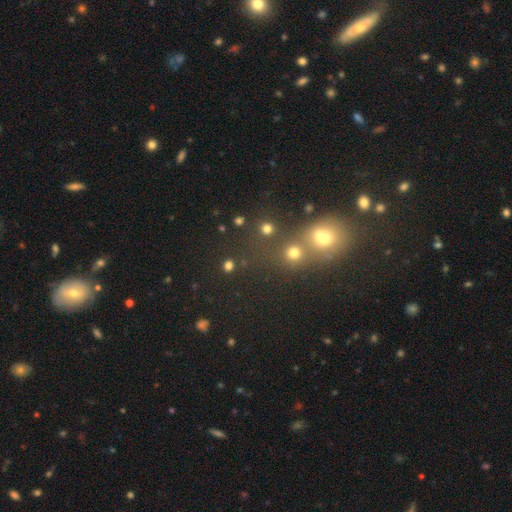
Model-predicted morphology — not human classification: smooth_or_featured: smooth (p=0.50) [alt: star or artifact p=0.39]
how_rounded: round (p=0.81) [alt: in between p=0.17]
merging: none (p=0.50) [alt: merger p=0.38]